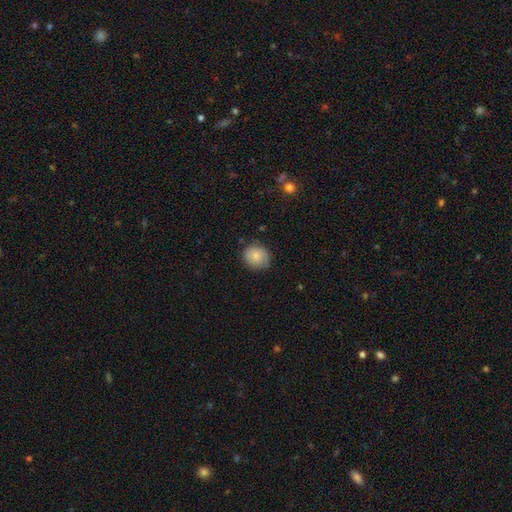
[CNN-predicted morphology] Overall: smooth (81%). How rounded: round (79%). Merging: none (75%).